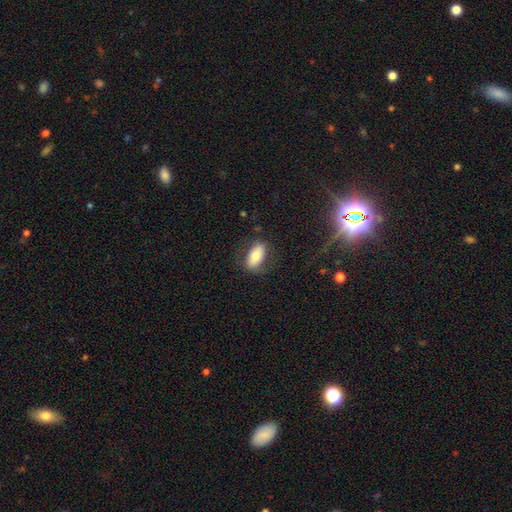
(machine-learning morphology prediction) Smooth or featured? Predicted: smooth (p=0.75). How rounded? Predicted: in between (p=0.88). Merging? Predicted: none (p=0.77).